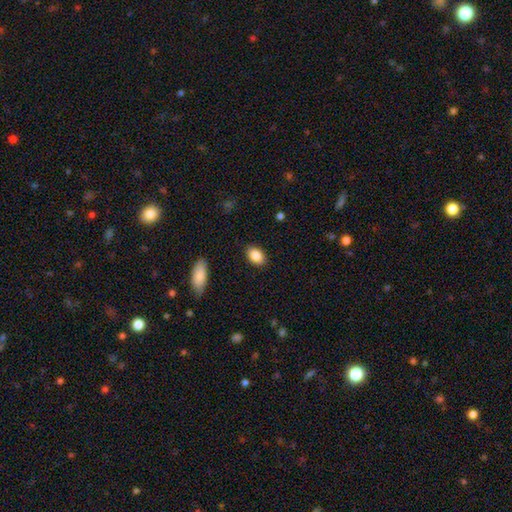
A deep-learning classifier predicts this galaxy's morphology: Smooth or featured: smooth — 87% (star or artifact — 7%)
How rounded: in between — 86% (round — 12%)
Merging: none — 88% (minor disturbance — 9%)